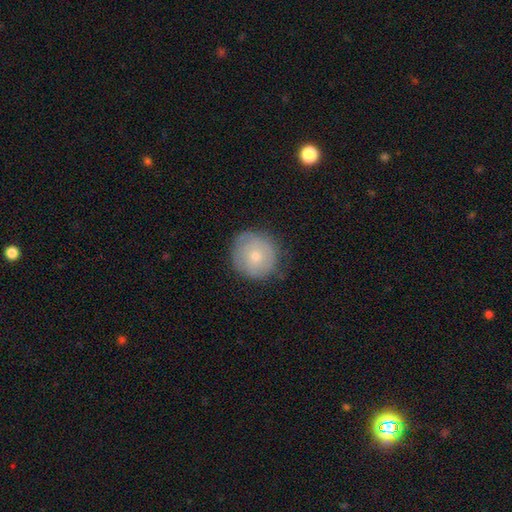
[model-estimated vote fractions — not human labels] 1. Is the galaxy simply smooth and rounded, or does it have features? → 61% smooth, 32% featured or disk, 8% star or artifact.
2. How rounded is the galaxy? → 93% round, 6% in between, 1% cigar-shaped.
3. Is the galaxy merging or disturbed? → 79% none, 16% minor disturbance, 4% major disturbance, 1% merger.